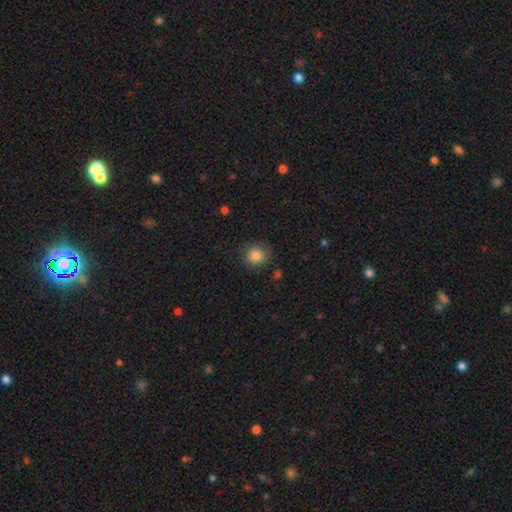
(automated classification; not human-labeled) Q: Smooth or featured?
A: smooth (85%); runner-up: star or artifact (10%)
Q: How rounded?
A: round (87%); runner-up: in between (12%)
Q: Merging?
A: none (82%); runner-up: minor disturbance (13%)